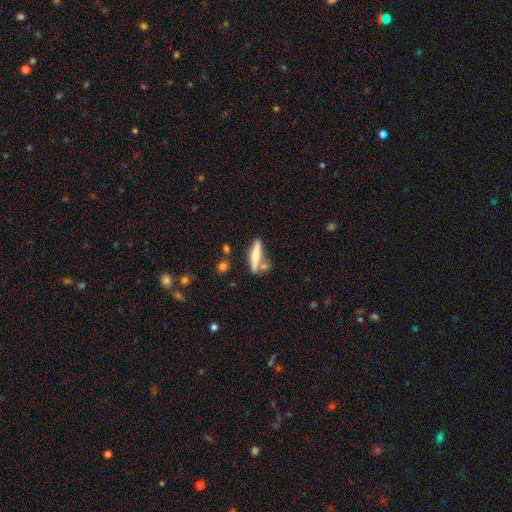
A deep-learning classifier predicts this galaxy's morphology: Smooth or featured? smooth (49%)
Merging? none (63%)